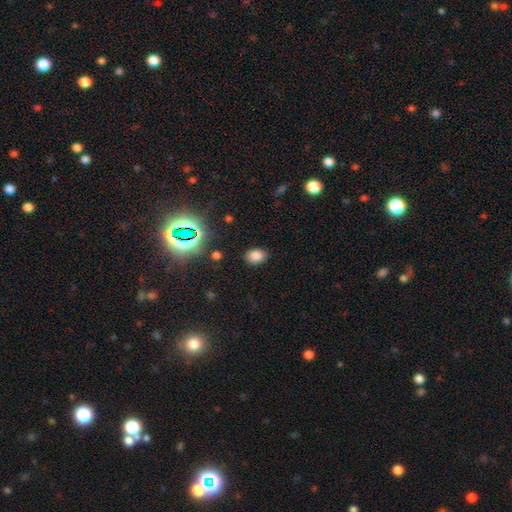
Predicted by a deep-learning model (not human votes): This is likely a smooth galaxy (79%). How rounded: likely in between (75%). Merging: clearly none (84%).